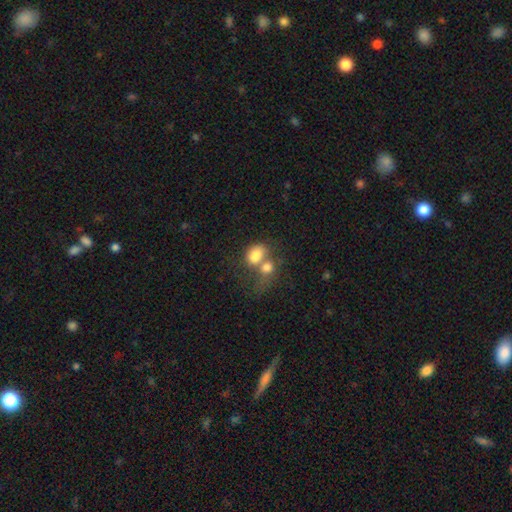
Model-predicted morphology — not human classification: This appears to be a smooth galaxy with no disk features (77%) that is in between round and cigar-shaped (72%). Merging: merger (62%).